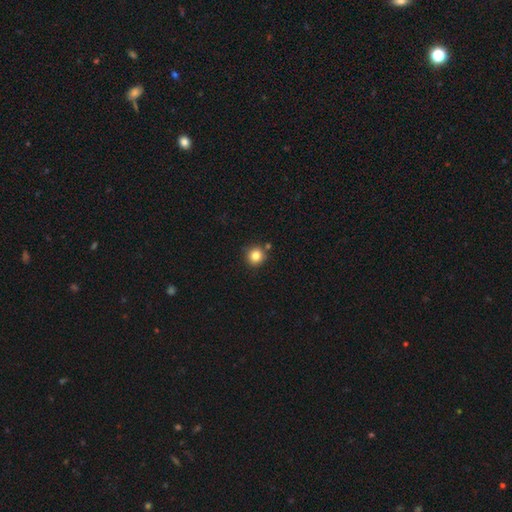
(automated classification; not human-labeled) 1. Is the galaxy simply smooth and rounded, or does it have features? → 83% smooth, 11% star or artifact, 6% featured or disk.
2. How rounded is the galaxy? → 93% round, 6% in between, 1% cigar-shaped.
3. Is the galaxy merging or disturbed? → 83% none, 8% minor disturbance, 7% merger, 2% major disturbance.